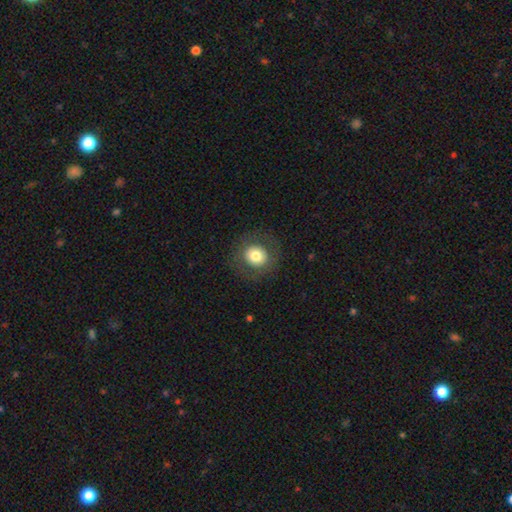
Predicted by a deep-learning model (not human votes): This appears to be a smooth galaxy with no disk features (73%) that is round (89%). Merging: none (85%).